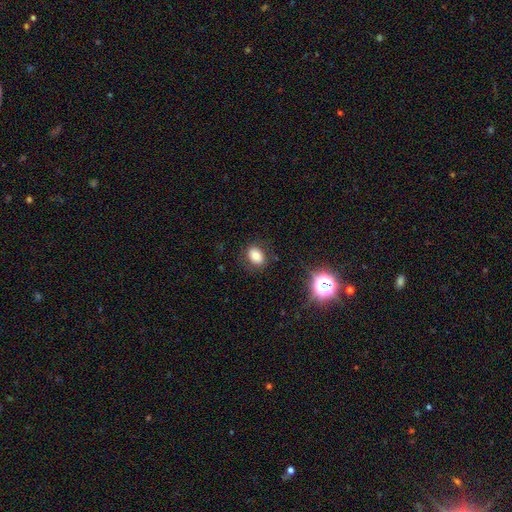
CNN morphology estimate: smooth 76%, star or artifact 13%, featured or disk 11%. Down the decision tree: how rounded — in between (70%); merging — none (83%).